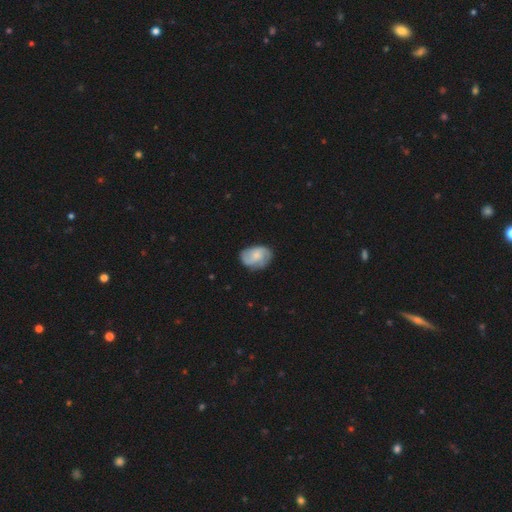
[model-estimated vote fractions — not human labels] Smooth or featured: featured or disk — 56% (smooth — 37%)
Edge-on disk: no — 97% (yes — 3%)
Bar: no — 62% (weak — 32%)
Spiral arms: yes — 90% (no — 10%)
Bulge size: small — 55% (moderate — 32%)
Merging: none — 75% (minor disturbance — 18%)